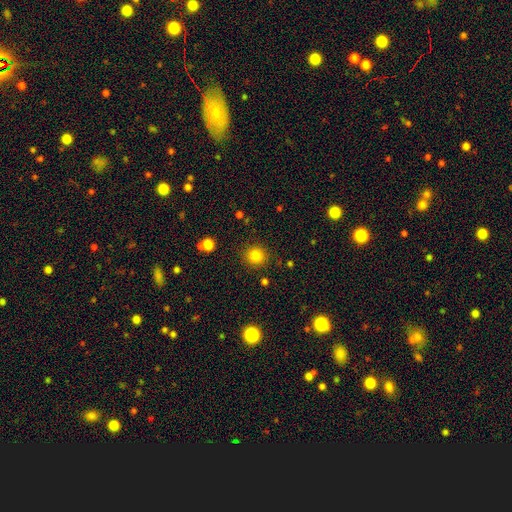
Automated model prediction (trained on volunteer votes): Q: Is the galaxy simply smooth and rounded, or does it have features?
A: smooth — 82%.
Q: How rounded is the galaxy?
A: round — 91%.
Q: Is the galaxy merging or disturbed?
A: none — 89%.